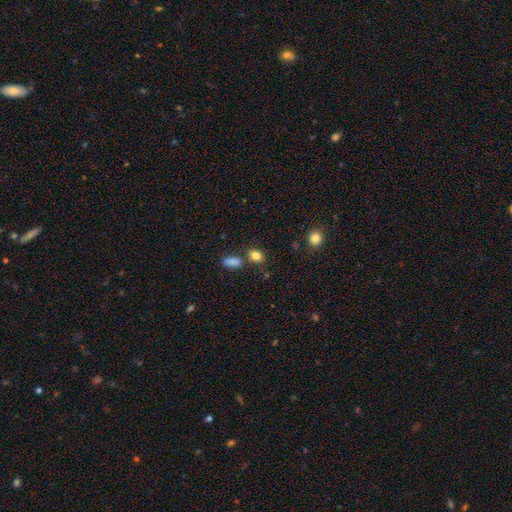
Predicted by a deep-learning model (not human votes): Morphology: type=smooth (84%); roundness=in between (62%); merging=none (67%).